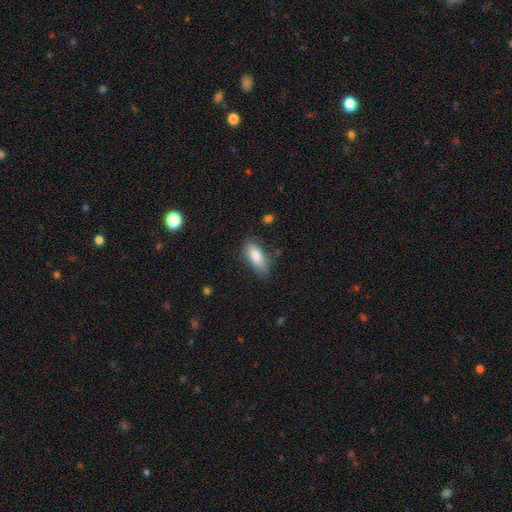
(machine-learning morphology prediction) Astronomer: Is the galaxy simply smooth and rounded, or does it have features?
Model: smooth — 84%.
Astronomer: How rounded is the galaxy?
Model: in between — 83%.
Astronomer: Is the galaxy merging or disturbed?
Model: none — 73%.